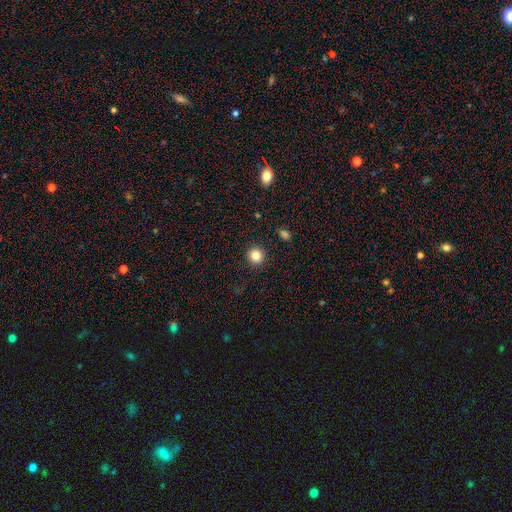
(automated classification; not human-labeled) A smooth galaxy with no disk features (84%) that is round (93%).

Vote fractions:
- Smooth or featured? smooth: 84% / star or artifact: 11% / featured or disk: 5%
- How rounded? round: 93% / in between: 6% / cigar-shaped: 1%
- Merging? none: 92% / minor disturbance: 5% / major disturbance: 2% / merger: 1%